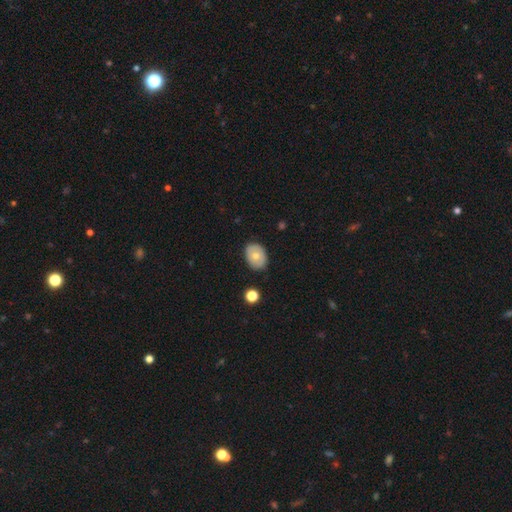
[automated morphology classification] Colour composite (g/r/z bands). It shows a smooth galaxy with no disk features (66%) that is in between round and cigar-shaped (66%). Merging: none (84%).